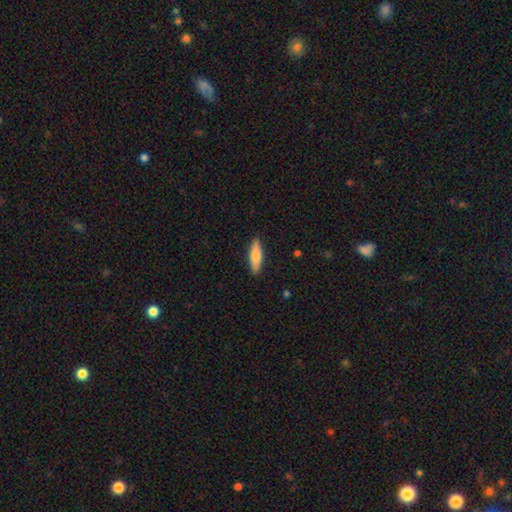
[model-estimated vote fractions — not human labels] A smooth galaxy with no disk features (72%) that is cigar-shaped (64%).

Vote fractions:
- Smooth or featured? smooth: 72% / featured or disk: 22% / star or artifact: 5%
- How rounded? cigar-shaped: 64% / in between: 34% / round: 2%
- Merging? none: 89% / minor disturbance: 8% / major disturbance: 2% / merger: 1%